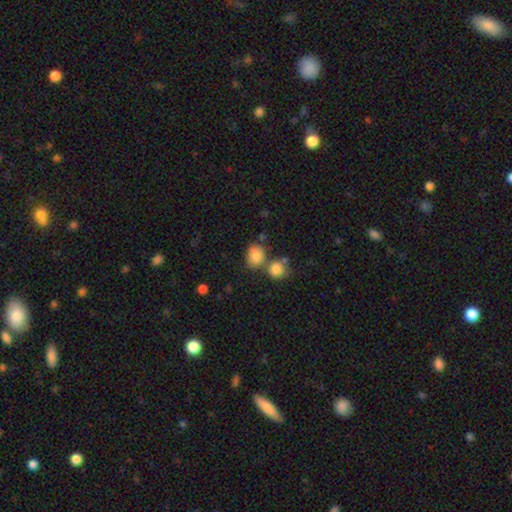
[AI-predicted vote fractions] Smooth or featured: smooth — 84% (star or artifact — 10%)
How rounded: round — 57% (in between — 42%)
Merging: none — 54% (merger — 30%)